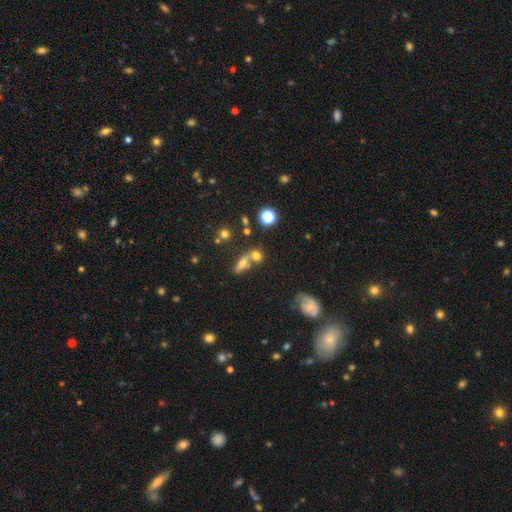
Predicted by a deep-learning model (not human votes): Smooth or featured? smooth (62%)
How rounded? round (46%)
Merging? merger (45%)